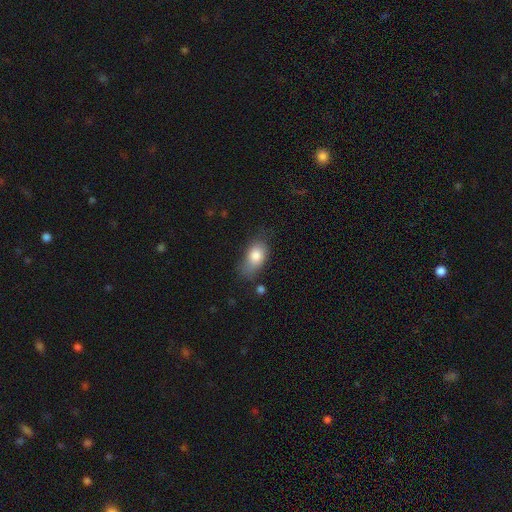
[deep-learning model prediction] This appears to be a smooth galaxy with no disk features (81%) that is in between round and cigar-shaped (88%). Merging: none (54%).